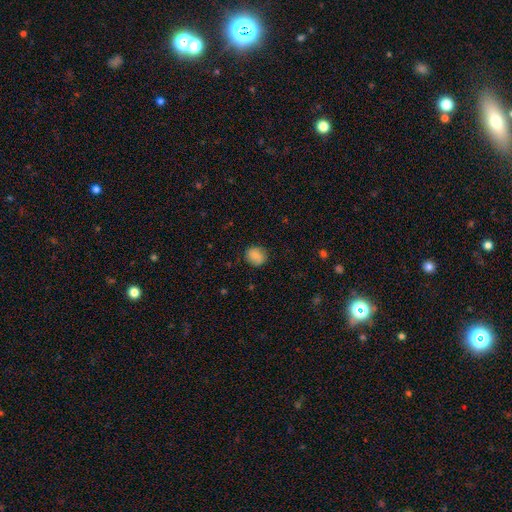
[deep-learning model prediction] Smooth or featured?
  - smooth: 84% *
  - star or artifact: 8%
  - featured or disk: 7%
How rounded?
  - round: 77% *
  - in between: 22%
  - cigar-shaped: 1%
Merging?
  - none: 85% *
  - minor disturbance: 12%
  - major disturbance: 3%
  - merger: 1%